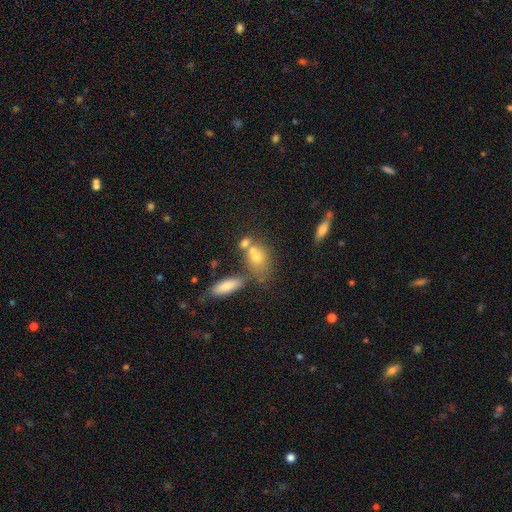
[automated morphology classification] Overall: smooth (69%). How rounded: in between (65%; round 30%). Merging: merger (40%; none 36%).